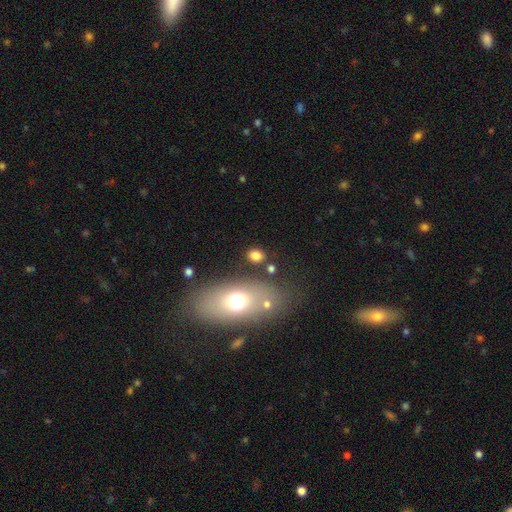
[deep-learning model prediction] smooth_or_featured: smooth (p=0.77) [alt: star or artifact p=0.13]
how_rounded: in between (p=0.56) [alt: round p=0.41]
merging: none (p=0.76) [alt: minor disturbance p=0.11]